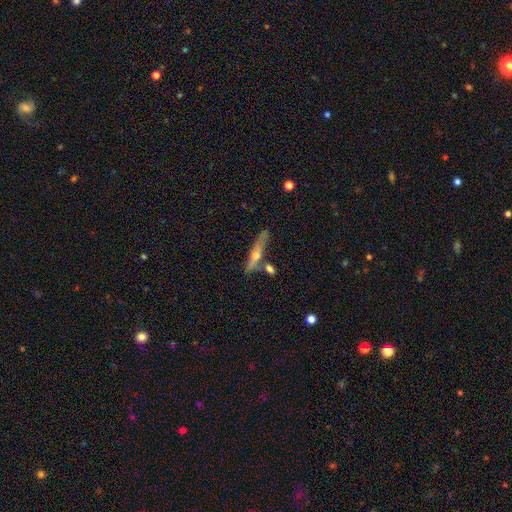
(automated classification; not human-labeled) Smooth or featured? featured or disk (61%)
Edge-on disk? yes (92%)
Edge-on bulge? rounded (85%)
Merging? none (66%)